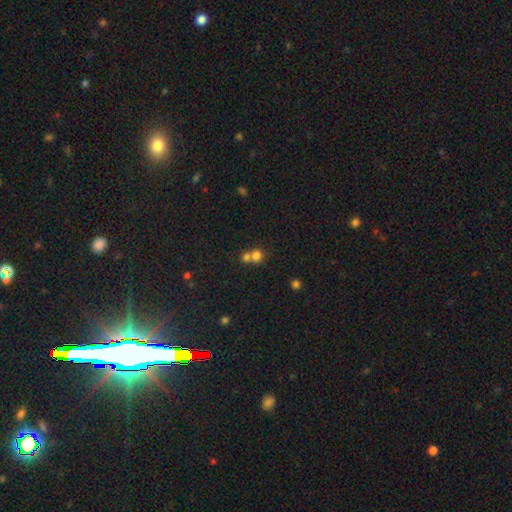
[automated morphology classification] Smooth or featured? Predicted: smooth (p=0.76). How rounded? Predicted: round (p=0.82). Merging? Predicted: merger (p=0.55).